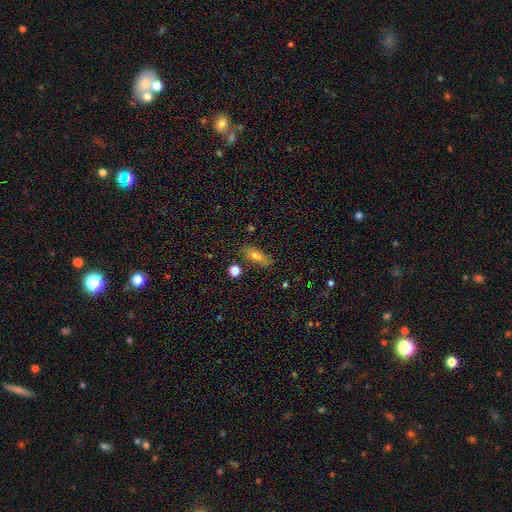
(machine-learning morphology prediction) Smooth or featured? Predicted: smooth (p=0.61). How rounded? Predicted: in between (p=0.56). Merging? Predicted: none (p=0.73).